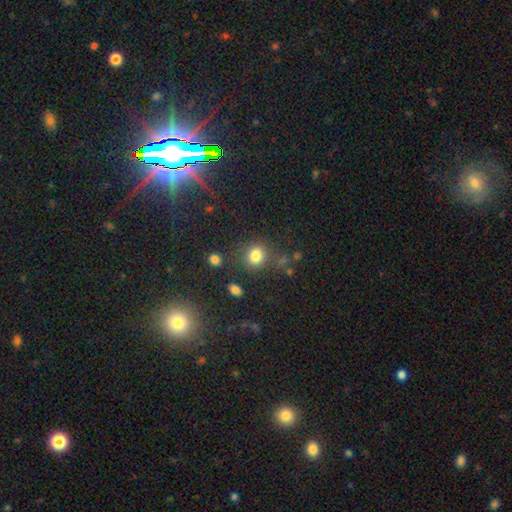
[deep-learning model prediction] Overall: smooth (81%). How rounded: round (76%). Merging: none (74%).